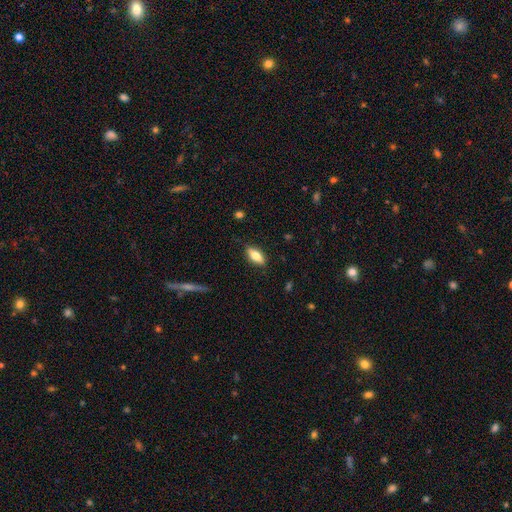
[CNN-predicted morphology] Smooth or featured?
  - smooth: 71% *
  - featured or disk: 22%
  - star or artifact: 7%
How rounded?
  - in between: 81% *
  - cigar-shaped: 16%
  - round: 3%
Merging?
  - none: 86% *
  - minor disturbance: 10%
  - major disturbance: 2%
  - merger: 1%